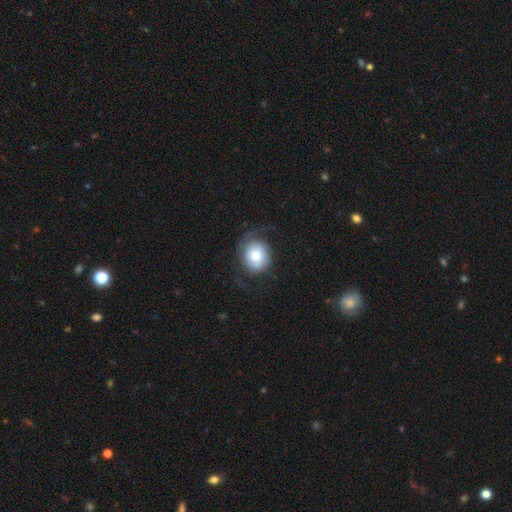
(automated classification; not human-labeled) The model was most divided on "smooth or featured": smooth: 56%, featured or disk: 37%, star or artifact: 7%. More confident: how rounded — round (76%); merging — none (58%).